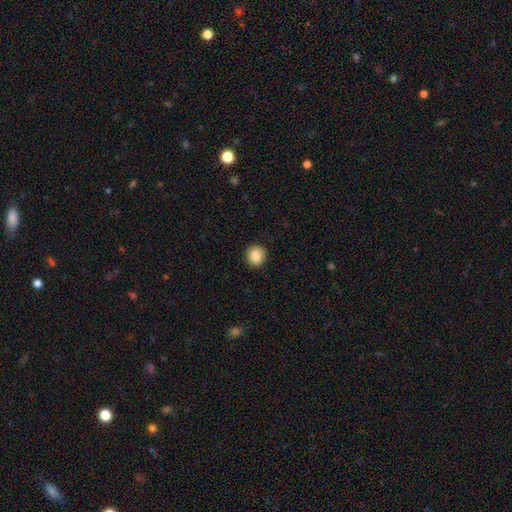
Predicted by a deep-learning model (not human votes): smooth_or_featured: smooth (p=0.87) [alt: star or artifact p=0.08]
how_rounded: round (p=0.86) [alt: in between p=0.13]
merging: none (p=0.89) [alt: minor disturbance p=0.08]